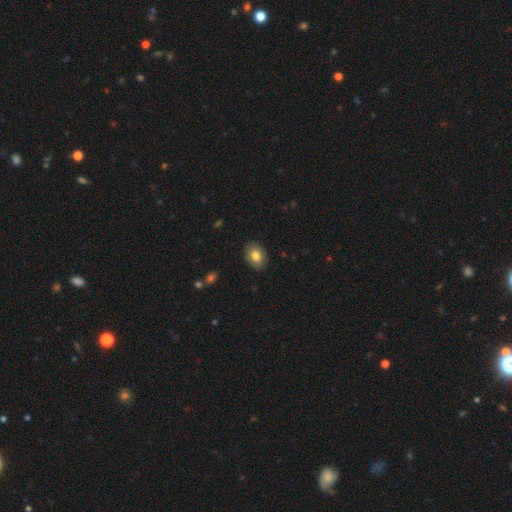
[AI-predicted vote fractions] Overall: smooth (81%). How rounded: in between (76%). Merging: none (89%).